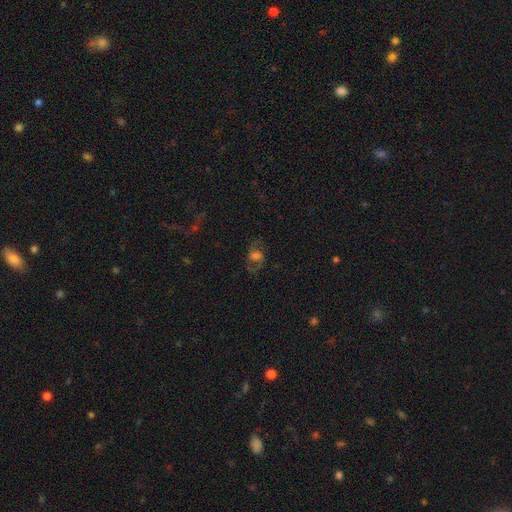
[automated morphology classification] Smooth or featured? Predicted: featured or disk (p=0.56). Edge-on disk? Predicted: no (p=0.94). Bar? Predicted: no (p=0.49). Spiral arms? Predicted: yes (p=0.77). Bulge size? Predicted: large (p=0.35). Merging? Predicted: none (p=0.67).